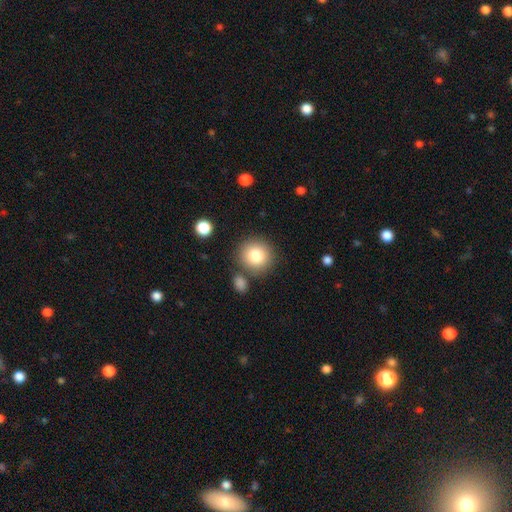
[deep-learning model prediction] The model was most divided on "merging": none: 79%, merger: 9%, minor disturbance: 8%, major disturbance: 3%. More confident: how rounded — round (92%); smooth or featured — smooth (81%).